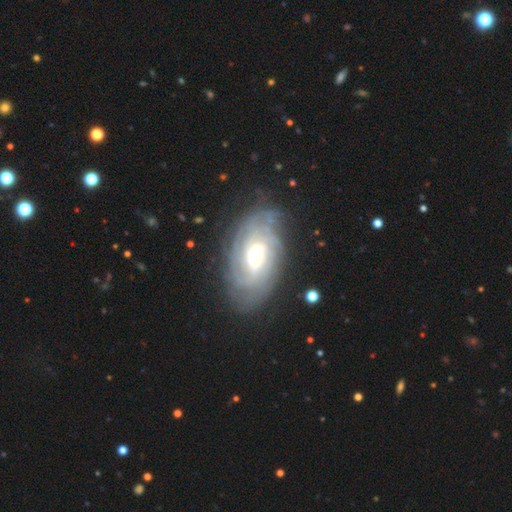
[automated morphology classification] Q: Smooth or featured?
A: featured or disk (80%); runner-up: smooth (14%)
Q: Edge-on disk?
A: no (95%); runner-up: yes (5%)
Q: Bar?
A: no (71%); runner-up: weak (23%)
Q: Spiral arms?
A: yes (92%); runner-up: no (8%)
Q: Spiral winding?
A: tight (72%); runner-up: medium (22%)
Q: Spiral arm count?
A: can't tell (47%); runner-up: 2 (15%)
Q: Bulge size?
A: small (52%); runner-up: moderate (34%)
Q: Merging?
A: none (73%); runner-up: minor disturbance (17%)